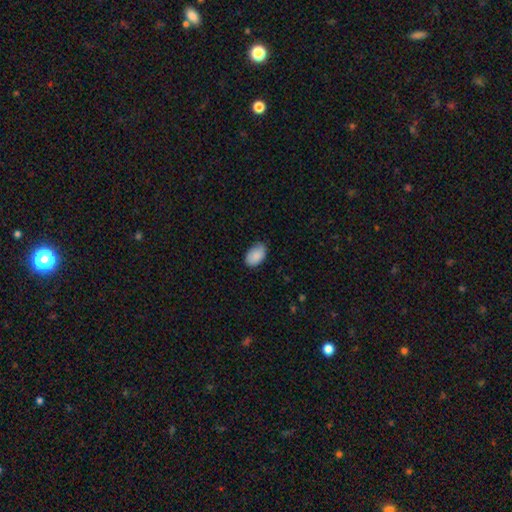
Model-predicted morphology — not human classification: type=smooth (89%); roundness=in between (90%); merging=none (74%).